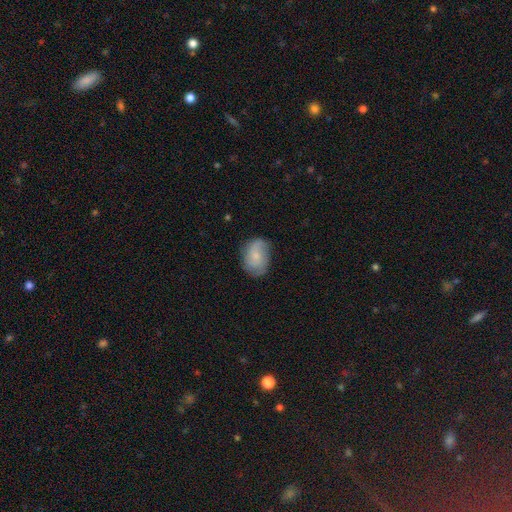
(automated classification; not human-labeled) A smooth galaxy with no disk features (52%) that is in between round and cigar-shaped (73%). Merging: none (70%).